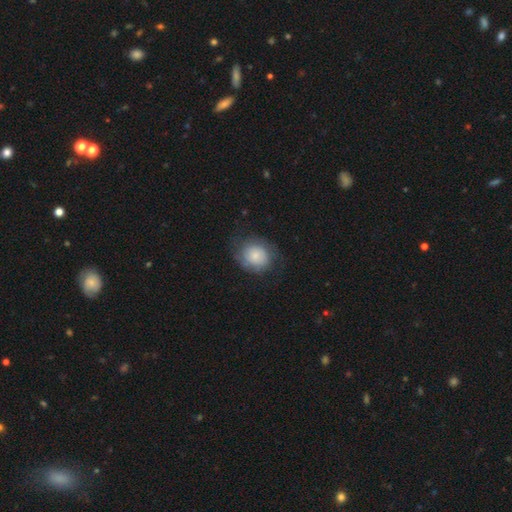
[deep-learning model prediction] smooth-or-featured: smooth: 67% | featured or disk: 25% | star or artifact: 8%
  how-rounded: round: 73% | in between: 26% | cigar-shaped: 1%
  merging: none: 66% | minor disturbance: 21% | major disturbance: 11% | merger: 1%